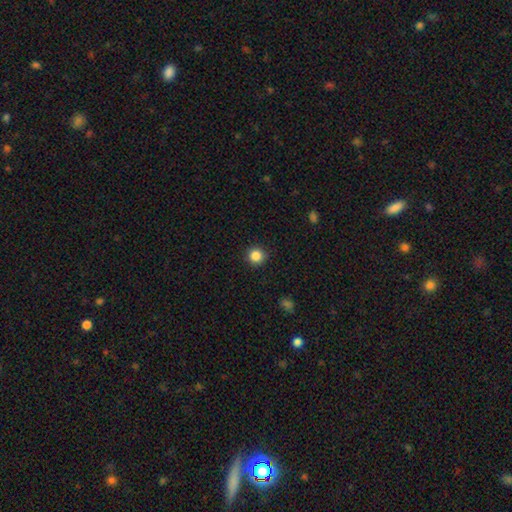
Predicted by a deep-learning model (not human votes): This is clearly a smooth galaxy (86%). How rounded: clearly round (94%). Merging: clearly none (92%).